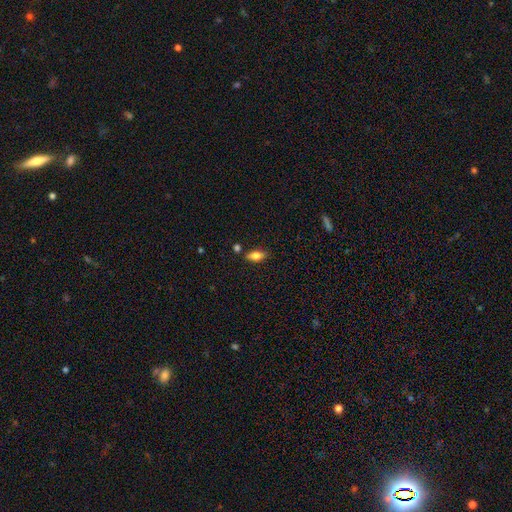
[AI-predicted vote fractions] smooth-or-featured: smooth: 82% | featured or disk: 10% | star or artifact: 8%
  how-rounded: in between: 84% | cigar-shaped: 13% | round: 3%
  merging: none: 77% | minor disturbance: 14% | merger: 6% | major disturbance: 3%